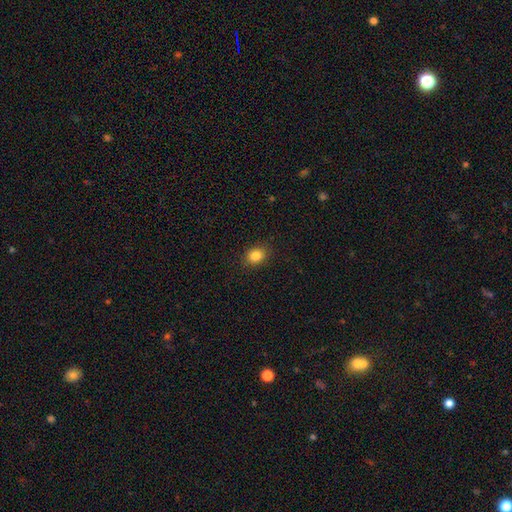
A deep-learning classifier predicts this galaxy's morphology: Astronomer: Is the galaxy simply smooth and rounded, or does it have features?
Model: smooth — 84%.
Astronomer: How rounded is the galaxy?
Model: round — 50% (runner-up: in between, 49%).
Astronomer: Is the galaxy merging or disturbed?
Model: none — 88%.